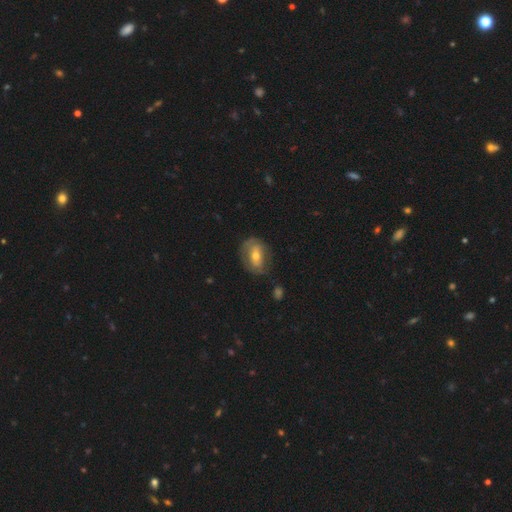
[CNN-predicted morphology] type=featured or disk (51%); edge-on=no (92%); merging=none (63%).